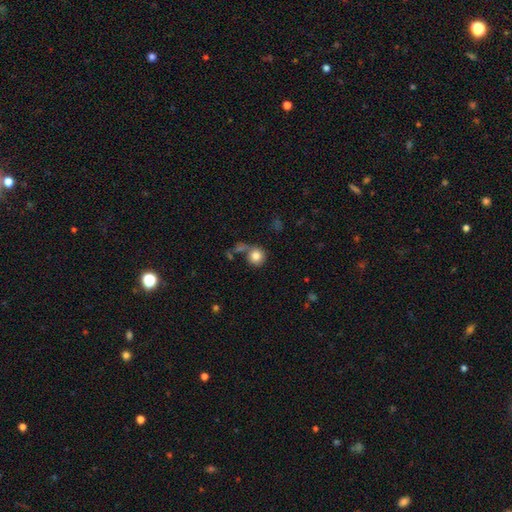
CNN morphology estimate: A smooth galaxy with no disk features (83%) that is round (90%).

Vote fractions:
- Smooth or featured? smooth: 83% / star or artifact: 9% / featured or disk: 9%
- How rounded? round: 90% / in between: 9% / cigar-shaped: 1%
- Merging? none: 55% / merger: 18% / minor disturbance: 14% / major disturbance: 13%